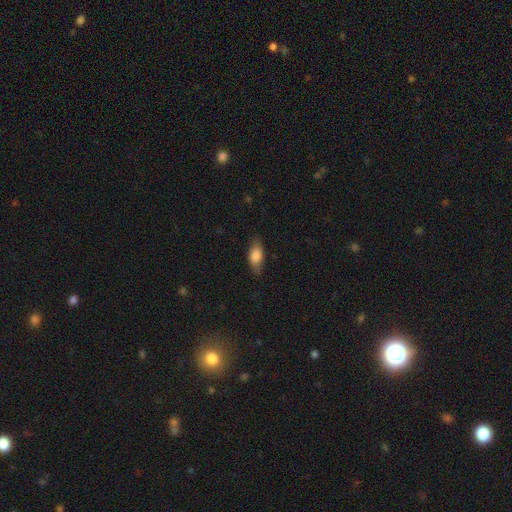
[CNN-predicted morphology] A smooth galaxy with no disk features (79%) that is in between round and cigar-shaped (83%). Merging: none (79%).